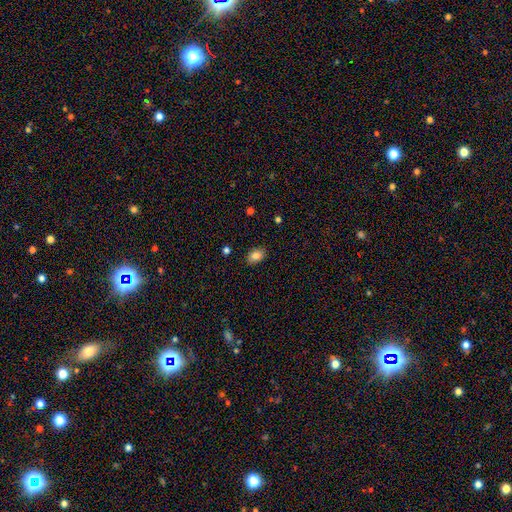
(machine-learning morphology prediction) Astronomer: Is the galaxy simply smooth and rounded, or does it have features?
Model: smooth — 84%.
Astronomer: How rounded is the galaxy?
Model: in between — 83%.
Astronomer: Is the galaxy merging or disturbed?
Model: none — 87%.